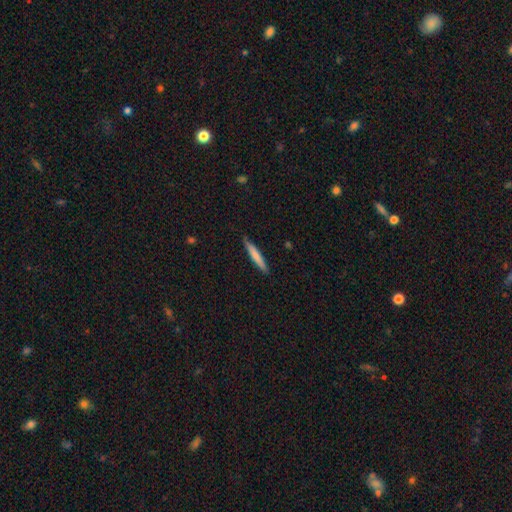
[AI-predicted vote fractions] The model was most divided on "smooth or featured": smooth: 72%, featured or disk: 22%, star or artifact: 5%. More confident: how rounded — cigar-shaped (94%); merging — none (86%).